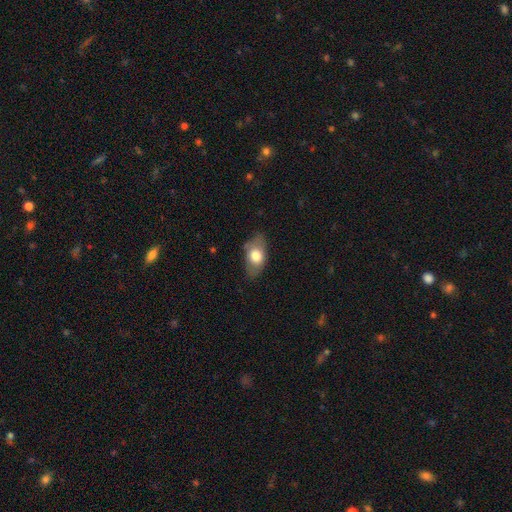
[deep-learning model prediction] smooth-or-featured: smooth: 70% | featured or disk: 24% | star or artifact: 7%
  how-rounded: in between: 89% | round: 8% | cigar-shaped: 3%
  merging: none: 72% | minor disturbance: 21% | major disturbance: 5% | merger: 1%